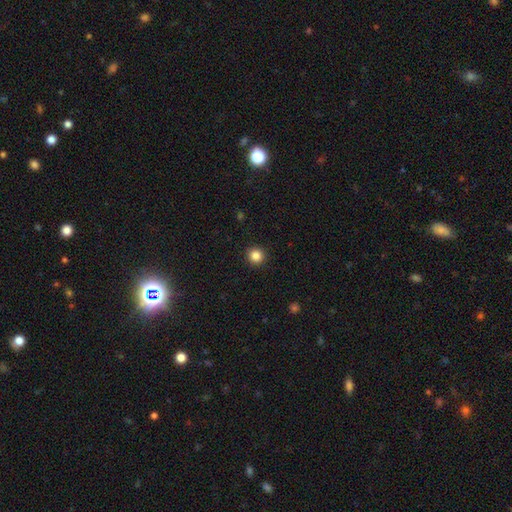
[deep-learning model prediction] Morphology: type=smooth (85%); roundness=round (94%); merging=none (93%).